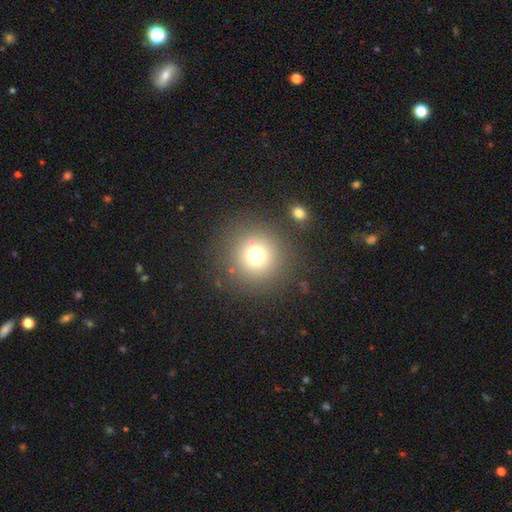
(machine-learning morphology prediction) Smooth or featured? smooth (73%)
How rounded? round (94%)
Merging? none (84%)